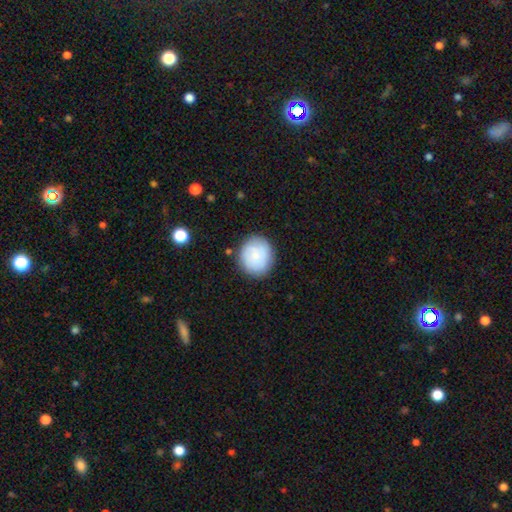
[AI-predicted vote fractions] Smooth or featured: smooth — 73% (featured or disk — 20%)
How rounded: round — 80% (in between — 19%)
Merging: none — 80% (minor disturbance — 14%)